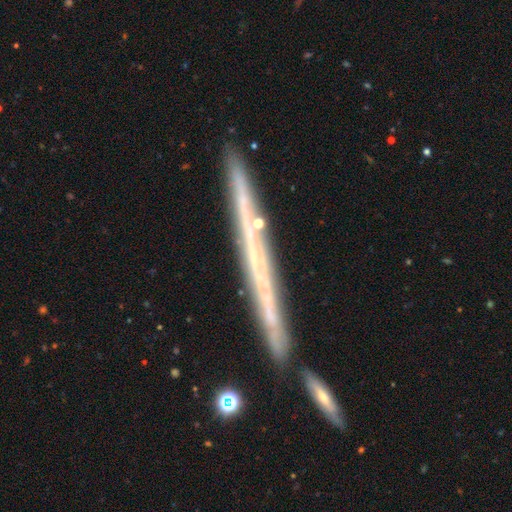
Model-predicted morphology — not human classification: Q: Smooth or featured?
A: featured or disk (68%); runner-up: smooth (24%)
Q: Edge-on disk?
A: yes (94%); runner-up: no (6%)
Q: Edge-on bulge?
A: none (87%); runner-up: rounded (9%)
Q: Merging?
A: none (79%); runner-up: minor disturbance (11%)